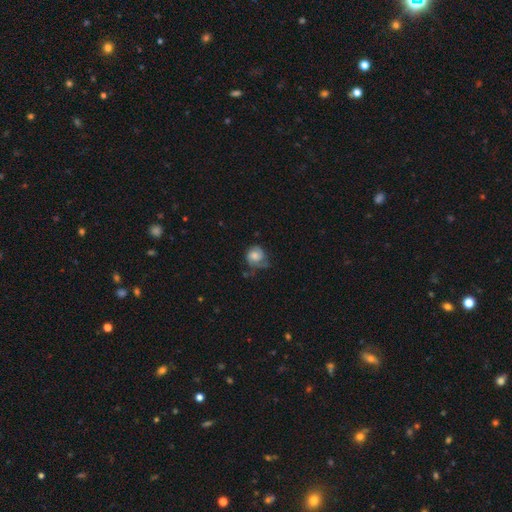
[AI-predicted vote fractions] smooth_or_featured: featured or disk (p=0.52) [alt: smooth p=0.40]
disk_edge_on: no (p=0.98) [alt: yes p=0.02]
bar: no (p=0.69) [alt: weak p=0.27]
has_spiral_arms: yes (p=0.87) [alt: no p=0.13]
bulge_size: moderate (p=0.39) [alt: large p=0.23]
merging: none (p=0.49) [alt: minor disturbance p=0.30]